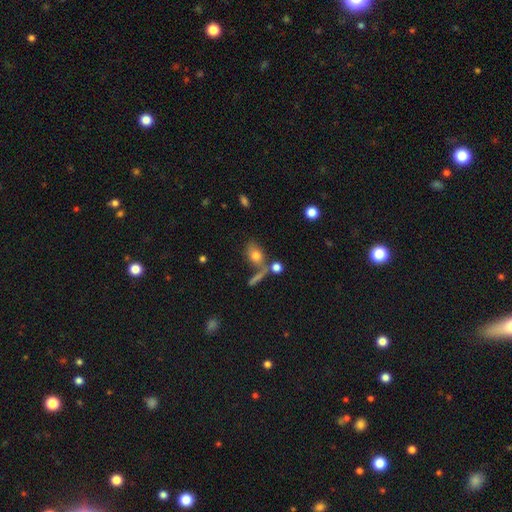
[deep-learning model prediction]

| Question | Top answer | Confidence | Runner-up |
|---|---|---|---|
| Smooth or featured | smooth | 70% | featured or disk (18%) |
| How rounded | in between | 70% | round (24%) |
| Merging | none | 49% | merger (28%) |